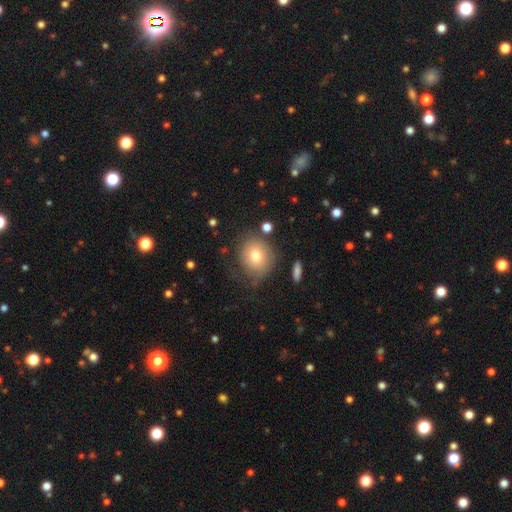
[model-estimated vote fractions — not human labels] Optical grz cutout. It shows a smooth galaxy with no disk features (74%) that is round (75%). Merging: none (63%).